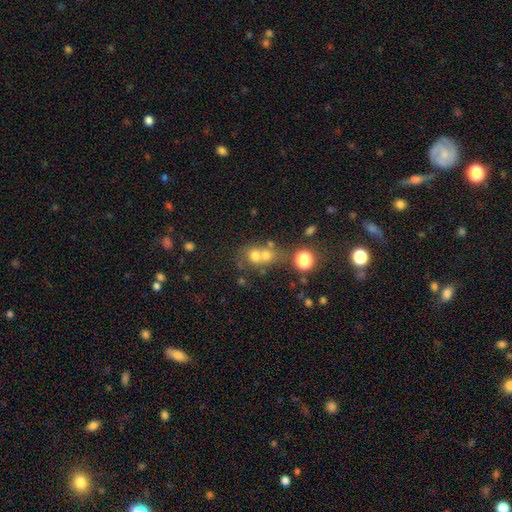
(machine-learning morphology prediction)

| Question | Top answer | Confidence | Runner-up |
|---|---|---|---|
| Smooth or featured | smooth | 63% | star or artifact (19%) |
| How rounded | round | 74% | in between (25%) |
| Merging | merger | 55% | none (33%) |